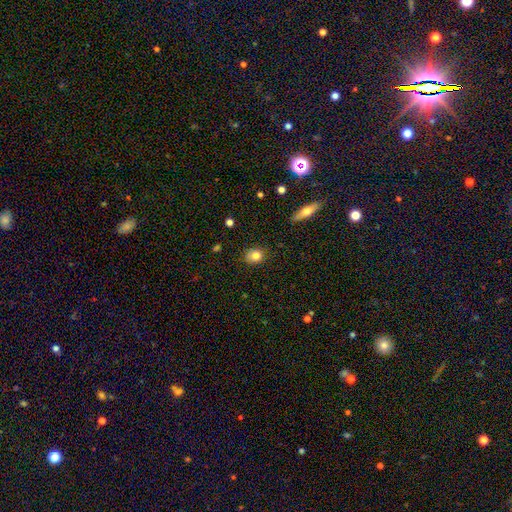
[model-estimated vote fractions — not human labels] smooth 82%, star or artifact 10%, featured or disk 9%. Down the decision tree: how rounded — round (67%); merging — none (80%).